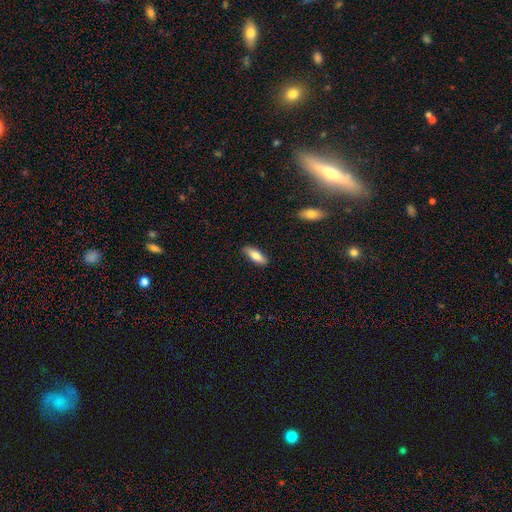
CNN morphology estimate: type=smooth (79%); roundness=in between (65%); merging=none (85%).